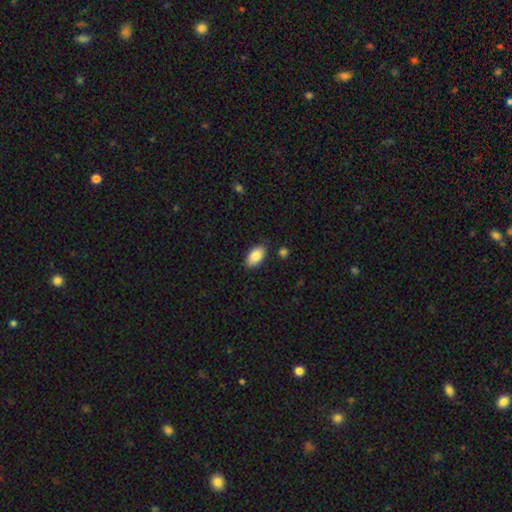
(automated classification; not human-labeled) The model was most divided on "merging": none: 84%, minor disturbance: 12%, major disturbance: 2%, merger: 2%. More confident: how rounded — in between (94%); smooth or featured — smooth (87%).